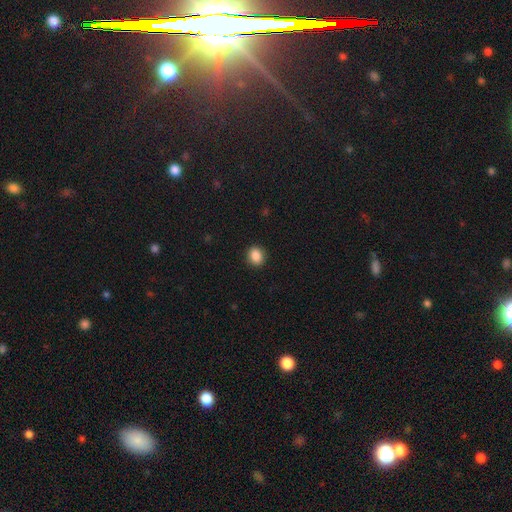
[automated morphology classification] type=smooth (88%); roundness=round (64%); merging=none (91%).